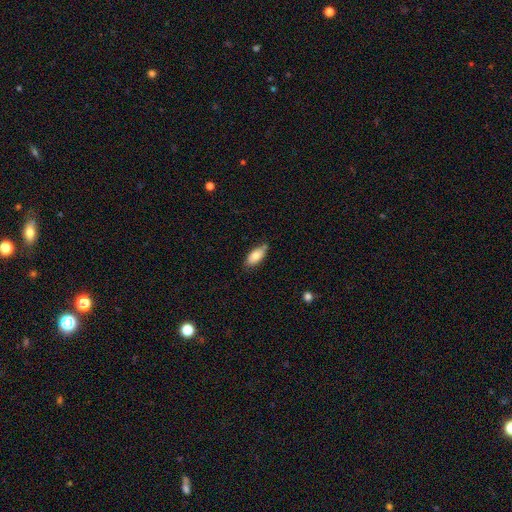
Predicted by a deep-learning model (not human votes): A smooth galaxy with no disk features (81%) that is in between round and cigar-shaped (89%).

Vote fractions:
- Smooth or featured? smooth: 81% / featured or disk: 12% / star or artifact: 7%
- How rounded? in between: 89% / cigar-shaped: 8% / round: 2%
- Merging? none: 70% / minor disturbance: 22% / merger: 5% / major disturbance: 3%